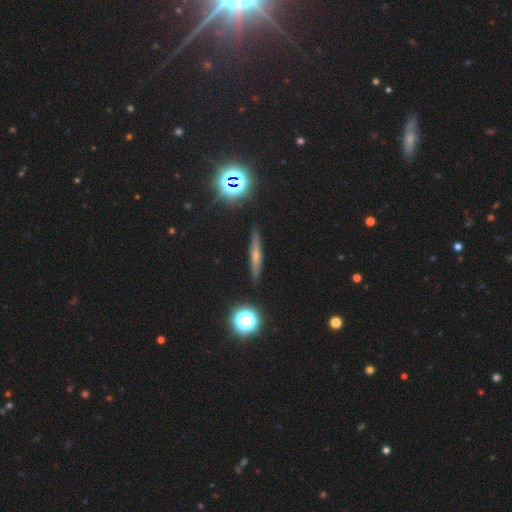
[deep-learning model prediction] This appears to be a featured or disk galaxy (42%). Merging: none (89%).